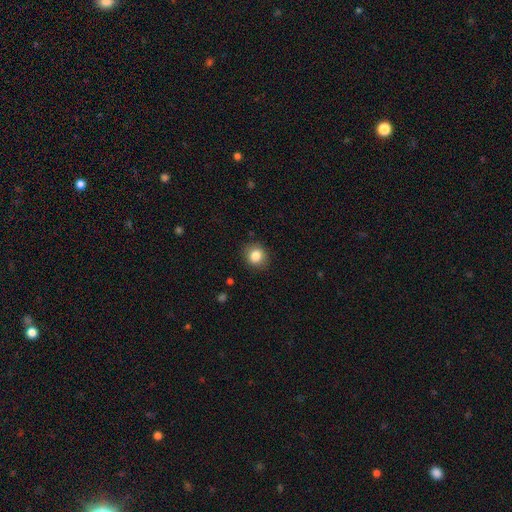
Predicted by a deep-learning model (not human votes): smooth 85%, star or artifact 10%, featured or disk 6%. Down the decision tree: how rounded — round (83%); merging — none (87%).